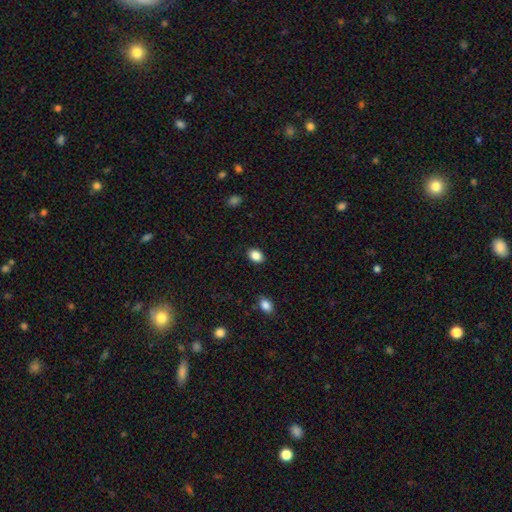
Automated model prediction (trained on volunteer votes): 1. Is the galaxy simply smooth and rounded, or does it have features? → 87% smooth, 9% star or artifact, 4% featured or disk.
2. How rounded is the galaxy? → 75% in between, 24% round, 1% cigar-shaped.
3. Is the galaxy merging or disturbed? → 88% none, 8% minor disturbance, 2% major disturbance, 1% merger.